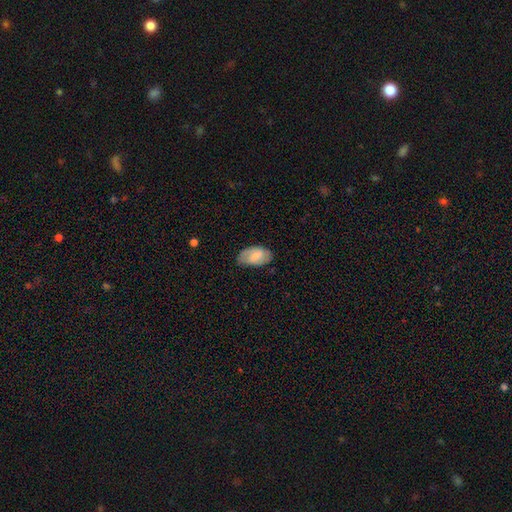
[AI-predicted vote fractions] Overall: smooth (59%; featured or disk 34%). How rounded: in between (93%). Merging: none (72%).